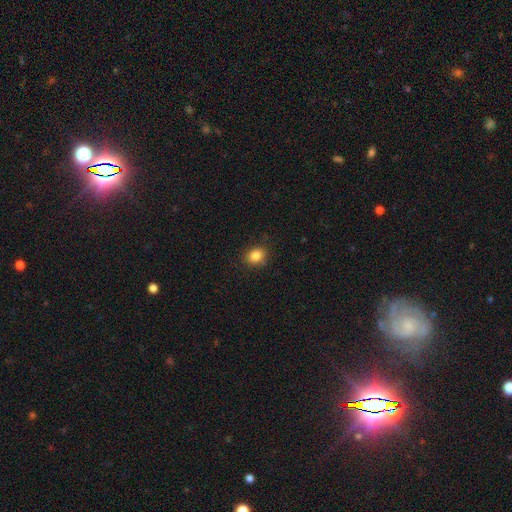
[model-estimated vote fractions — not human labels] smooth 84%, star or artifact 11%, featured or disk 5%. Down the decision tree: how rounded — round (59%); merging — none (86%).